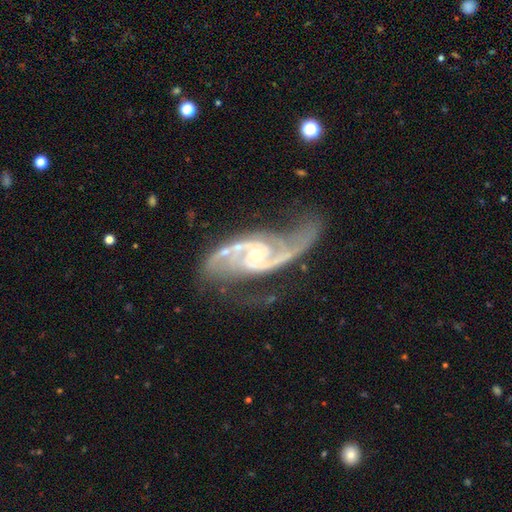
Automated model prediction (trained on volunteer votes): The model was most divided on "bar": no: 51%, weak: 34%, strong: 14%. More confident: spiral arms — yes (99%); edge-on disk — no (97%); smooth or featured — featured or disk (93%); spiral arm count — 2 (89%); merging — none (62%); bulge size — small (60%); spiral winding — medium (59%).